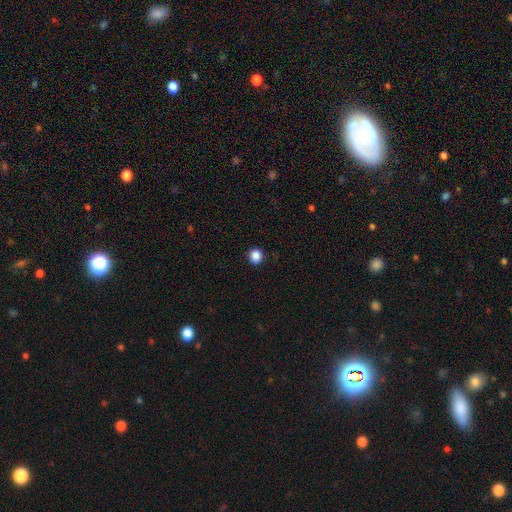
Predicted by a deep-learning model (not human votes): Smooth or featured? Predicted: smooth (p=0.87). How rounded? Predicted: round (p=0.91). Merging? Predicted: none (p=0.92).